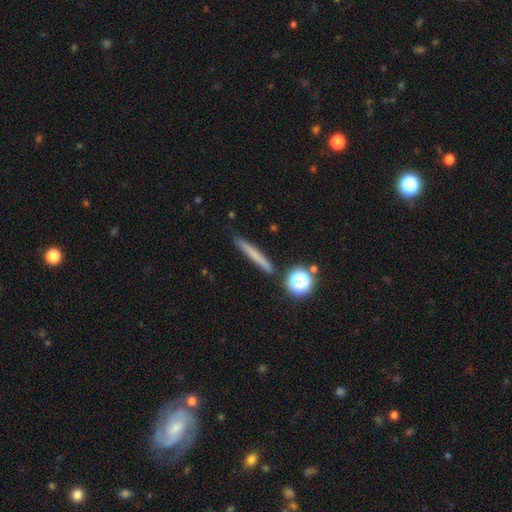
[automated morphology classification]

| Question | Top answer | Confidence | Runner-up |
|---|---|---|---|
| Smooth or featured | smooth | 62% | featured or disk (28%) |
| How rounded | cigar-shaped | 93% | round (4%) |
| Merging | none | 87% | minor disturbance (8%) |